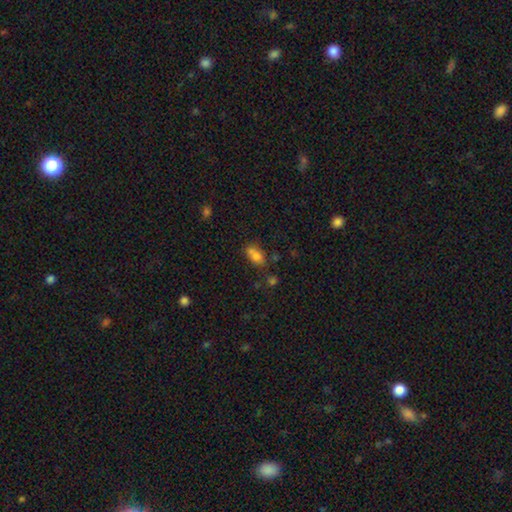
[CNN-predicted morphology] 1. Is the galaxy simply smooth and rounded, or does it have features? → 75% smooth, 13% star or artifact, 12% featured or disk.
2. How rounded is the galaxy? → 79% in between, 17% round, 4% cigar-shaped.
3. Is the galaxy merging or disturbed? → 43% none, 33% merger, 17% minor disturbance, 7% major disturbance.